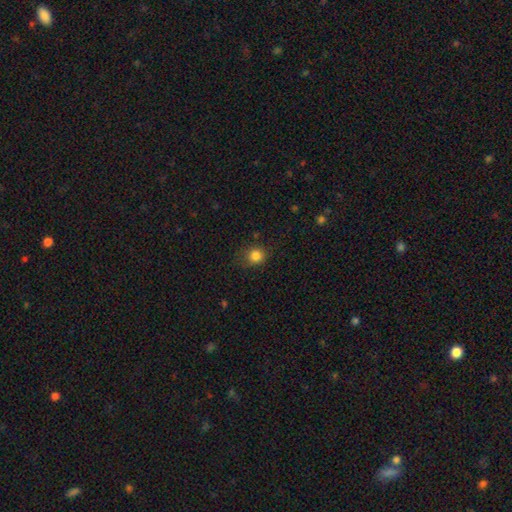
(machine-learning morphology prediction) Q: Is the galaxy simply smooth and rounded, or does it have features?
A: smooth — 84%.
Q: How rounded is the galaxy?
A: round — 85%.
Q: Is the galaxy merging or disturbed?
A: none — 81%.